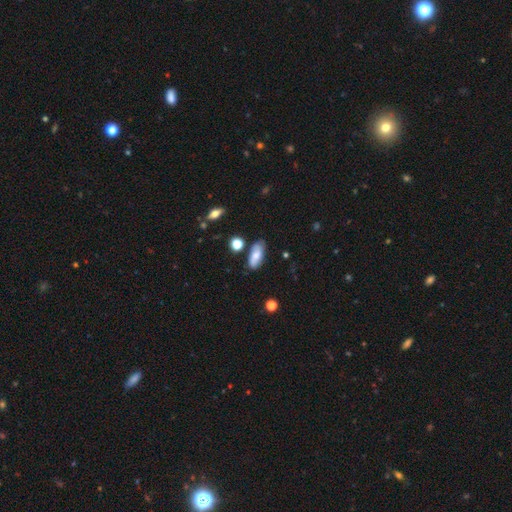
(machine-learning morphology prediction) The model was most divided on "smooth or featured": smooth: 70%, featured or disk: 22%, star or artifact: 8%. More confident: how rounded — in between (83%); merging — none (76%).